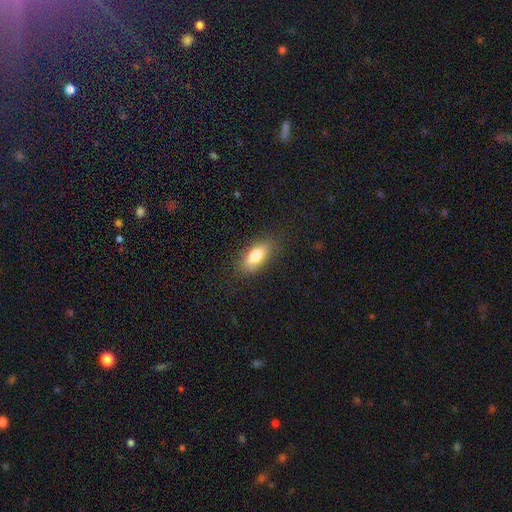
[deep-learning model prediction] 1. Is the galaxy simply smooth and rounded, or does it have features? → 81% smooth, 12% featured or disk, 7% star or artifact.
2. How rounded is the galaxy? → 82% in between, 14% cigar-shaped, 4% round.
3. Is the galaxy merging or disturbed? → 82% none, 13% minor disturbance, 4% major disturbance, 1% merger.